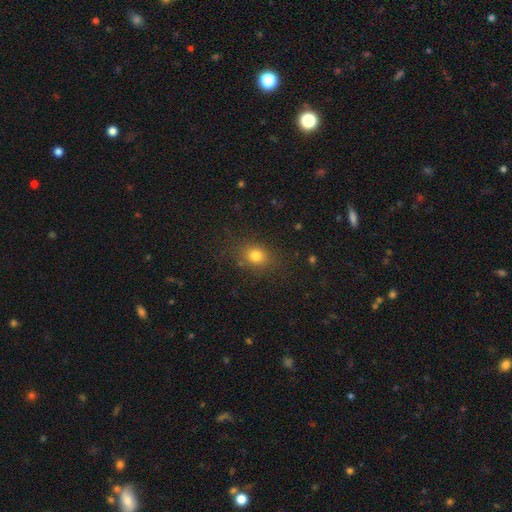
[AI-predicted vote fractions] A smooth galaxy with no disk features (79%) that is round (59%).

Vote fractions:
- Smooth or featured? smooth: 79% / star or artifact: 14% / featured or disk: 7%
- How rounded? round: 59% / in between: 40% / cigar-shaped: 1%
- Merging? none: 81% / minor disturbance: 12% / major disturbance: 5% / merger: 2%